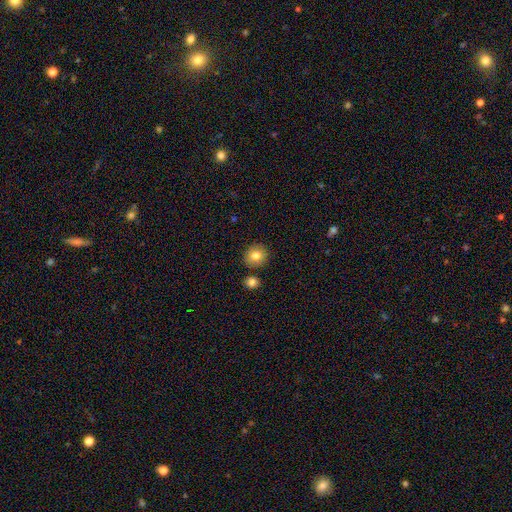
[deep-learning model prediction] This is clearly a smooth galaxy (82%). How rounded: clearly round (85%). Merging: clearly none (84%).